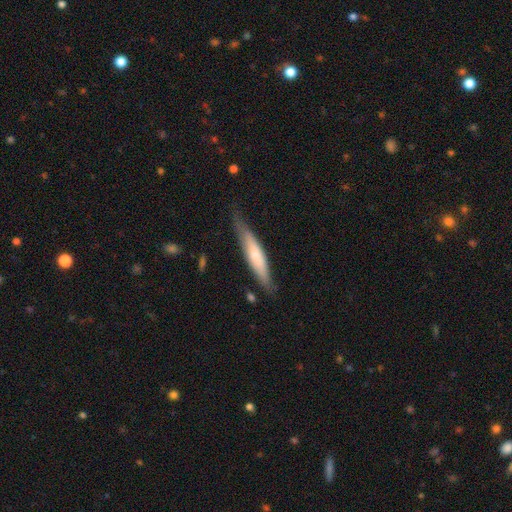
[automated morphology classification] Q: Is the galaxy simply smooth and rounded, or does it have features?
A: smooth — 55%.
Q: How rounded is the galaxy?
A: cigar-shaped — 85%.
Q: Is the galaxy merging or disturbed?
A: none — 74%.